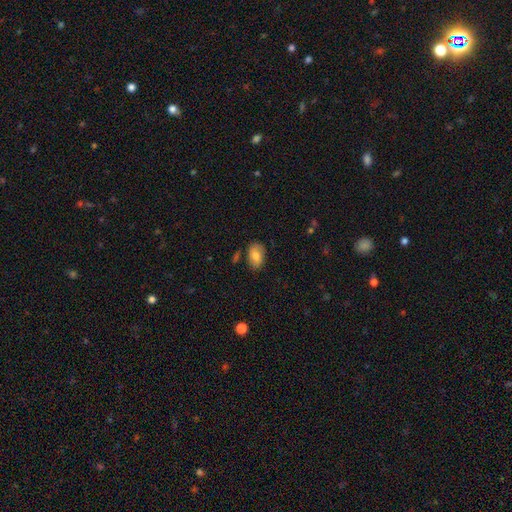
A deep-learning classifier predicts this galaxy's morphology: Smooth or featured?
  - smooth: 77% *
  - featured or disk: 15%
  - star or artifact: 8%
How rounded?
  - in between: 87% *
  - round: 12%
  - cigar-shaped: 1%
Merging?
  - none: 75% *
  - minor disturbance: 18%
  - major disturbance: 4%
  - merger: 3%